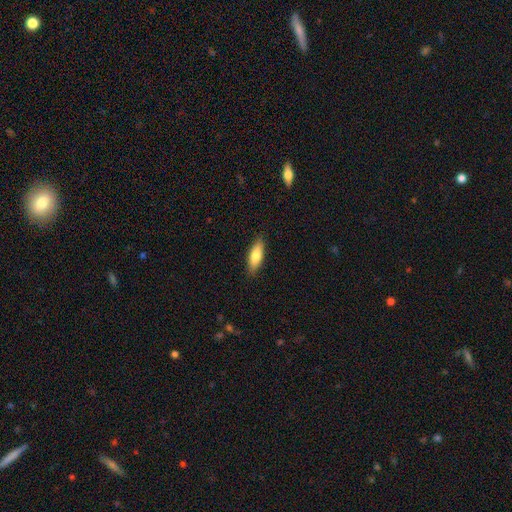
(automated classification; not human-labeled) smooth_or_featured: smooth (p=0.76) [alt: featured or disk p=0.18]
how_rounded: in between (p=0.62) [alt: cigar-shaped p=0.36]
merging: none (p=0.87) [alt: minor disturbance p=0.10]